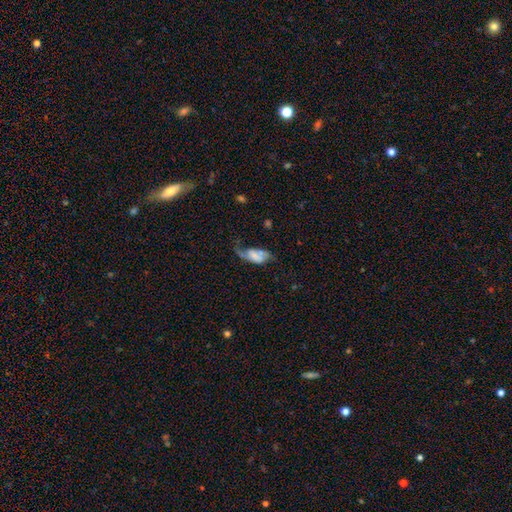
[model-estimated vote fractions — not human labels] featured or disk 47%, smooth 44%, star or artifact 9%. Down the decision tree: merging — major disturbance (39%).